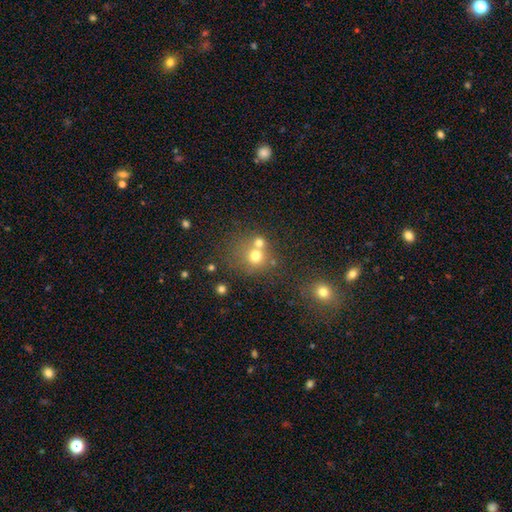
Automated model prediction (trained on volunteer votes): Smooth or featured? smooth (69%)
How rounded? round (84%)
Merging? none (50%)